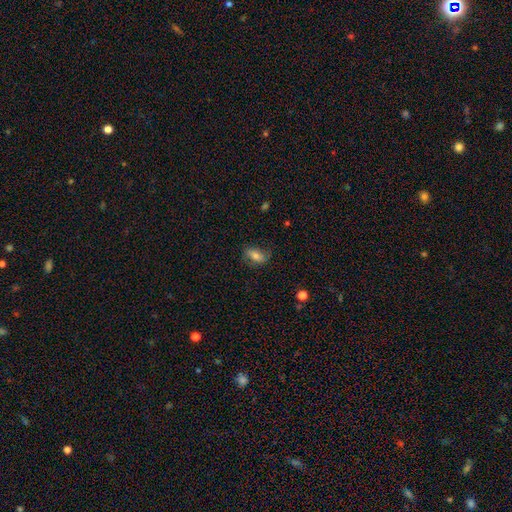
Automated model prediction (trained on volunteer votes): Overall: smooth (59%; featured or disk 31%). How rounded: in between (83%). Merging: none (71%).